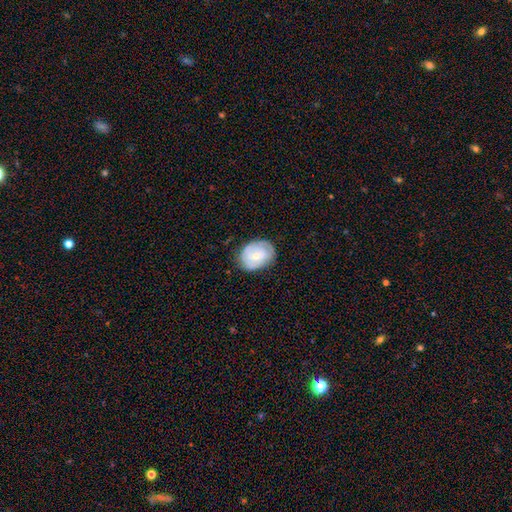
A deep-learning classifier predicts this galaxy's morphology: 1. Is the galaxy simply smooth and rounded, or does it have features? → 54% featured or disk, 39% smooth, 7% star or artifact.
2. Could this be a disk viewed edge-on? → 97% no, 3% yes.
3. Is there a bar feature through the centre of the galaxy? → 75% no, 22% weak, 4% strong.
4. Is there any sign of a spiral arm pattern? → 72% yes, 28% no.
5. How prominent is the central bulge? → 52% small, 44% moderate, 2% large, 1% none, 1% dominant.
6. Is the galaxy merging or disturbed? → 72% none, 21% minor disturbance, 6% major disturbance, 1% merger.